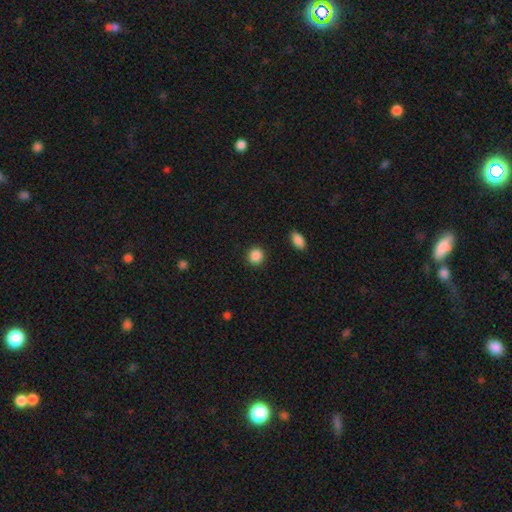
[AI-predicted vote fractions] A smooth galaxy with no disk features (88%) that is round (90%). Merging: none (91%).